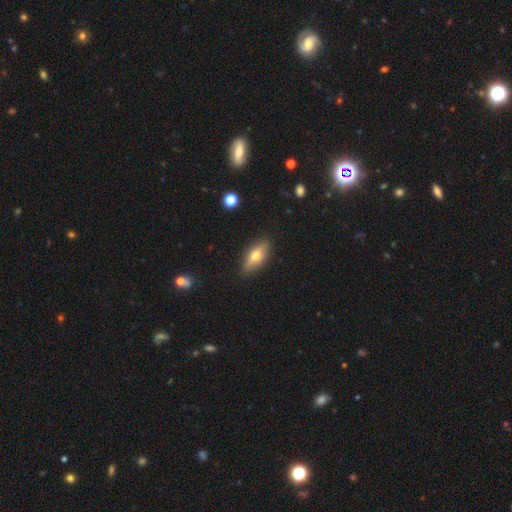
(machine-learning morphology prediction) smooth 48%, featured or disk 44%, star or artifact 8%. Down the decision tree: merging — none (85%).